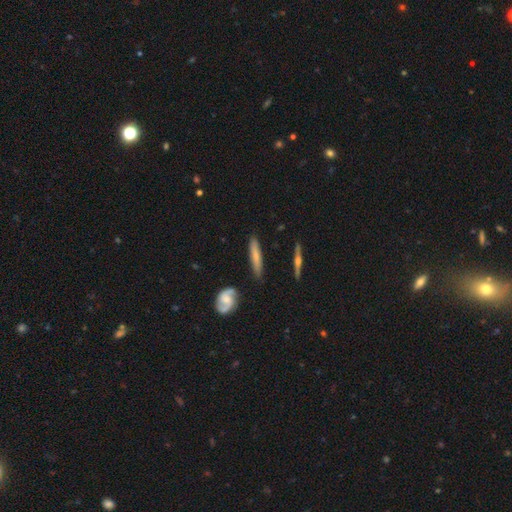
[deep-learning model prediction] Smooth or featured?
  - smooth: 53% *
  - featured or disk: 40%
  - star or artifact: 7%
How rounded?
  - cigar-shaped: 86% *
  - in between: 11%
  - round: 3%
Merging?
  - none: 83% *
  - minor disturbance: 12%
  - merger: 2%
  - major disturbance: 2%